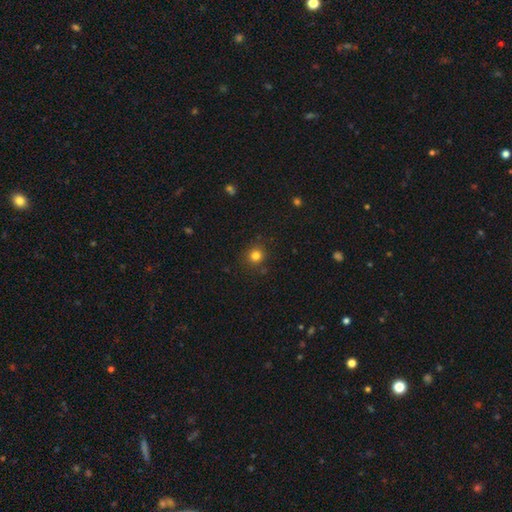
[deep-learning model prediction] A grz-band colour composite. It shows a smooth galaxy with no disk features (80%) that is round (91%). Merging: none (87%).